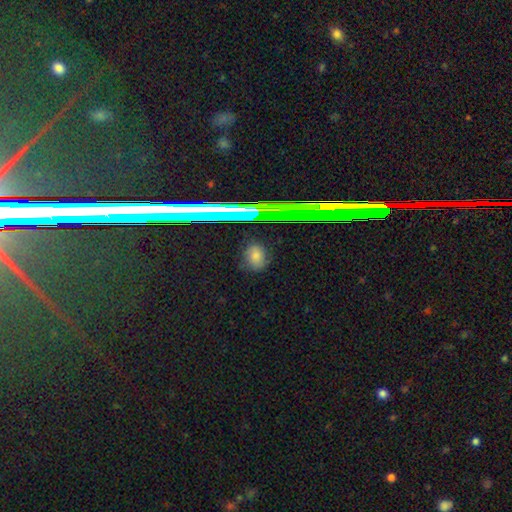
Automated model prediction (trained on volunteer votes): Smooth or featured?
  - smooth: 66% *
  - star or artifact: 22%
  - featured or disk: 12%
How rounded?
  - in between: 57% *
  - round: 41%
  - cigar-shaped: 2%
Merging?
  - none: 82% *
  - minor disturbance: 13%
  - major disturbance: 4%
  - merger: 2%